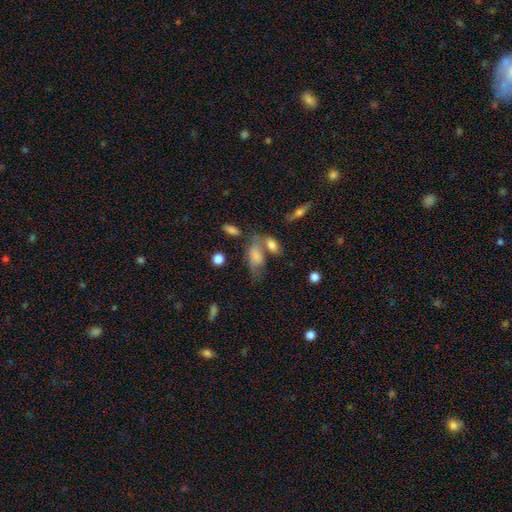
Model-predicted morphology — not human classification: smooth 72%, featured or disk 19%, star or artifact 9%. Down the decision tree: how rounded — in between (85%); merging — none (36%).